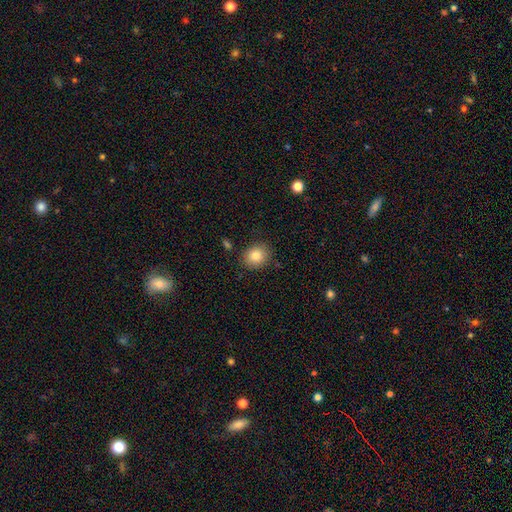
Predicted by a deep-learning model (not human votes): smooth 84%, star or artifact 9%, featured or disk 7%. Down the decision tree: how rounded — round (69%); merging — none (85%).